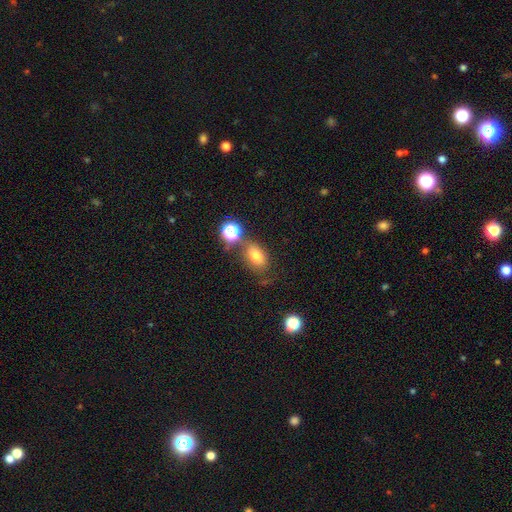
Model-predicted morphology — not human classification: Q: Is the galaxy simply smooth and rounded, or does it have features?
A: smooth — 72%.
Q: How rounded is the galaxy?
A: in between — 79%.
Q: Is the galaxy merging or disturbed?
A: none — 63%.